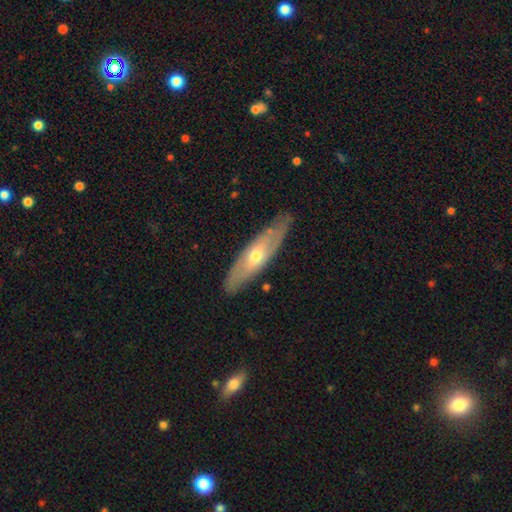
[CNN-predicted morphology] Smooth or featured? Predicted: featured or disk (p=0.62). Edge-on disk? Predicted: no (p=0.51). Merging? Predicted: none (p=0.81).